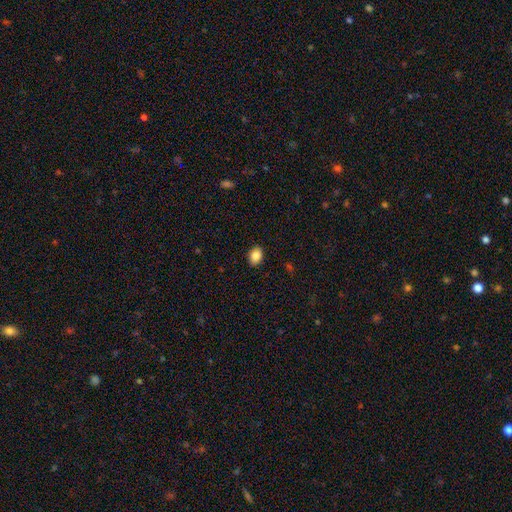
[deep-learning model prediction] Smooth or featured: smooth — 87% (star or artifact — 8%)
How rounded: in between — 71% (round — 28%)
Merging: none — 89% (minor disturbance — 8%)